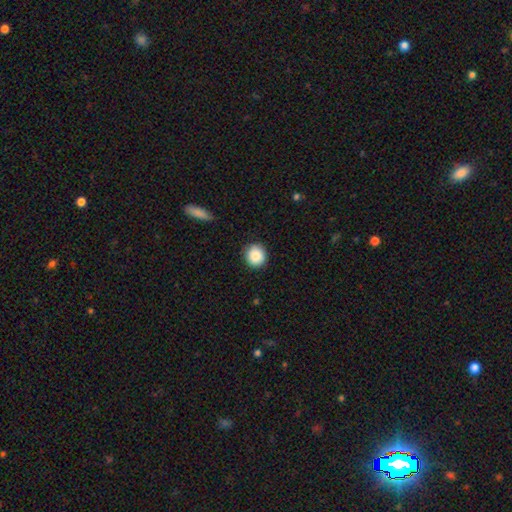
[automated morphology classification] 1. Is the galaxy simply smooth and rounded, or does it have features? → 88% smooth, 8% star or artifact, 4% featured or disk.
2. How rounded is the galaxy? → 85% round, 14% in between, 1% cigar-shaped.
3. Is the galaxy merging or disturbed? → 89% none, 8% minor disturbance, 2% major disturbance, 1% merger.